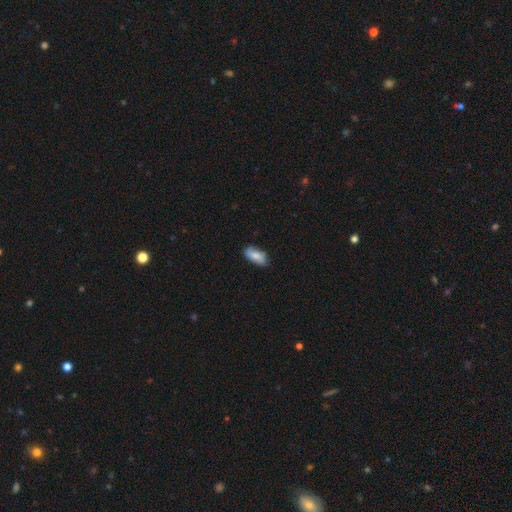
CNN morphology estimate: Smooth or featured: smooth — 79% (featured or disk — 15%)
How rounded: in between — 90% (cigar-shaped — 7%)
Merging: none — 78% (minor disturbance — 18%)